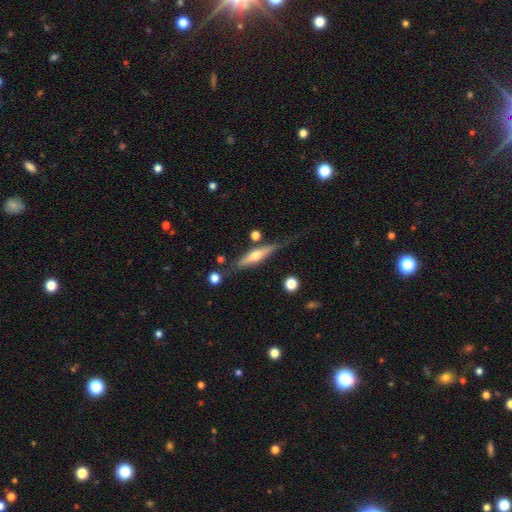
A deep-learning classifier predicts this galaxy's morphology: The model was most divided on "smooth or featured": featured or disk: 63%, smooth: 31%, star or artifact: 6%. More confident: edge-on disk — yes (93%); edge-on bulge — rounded (88%); merging — none (67%).